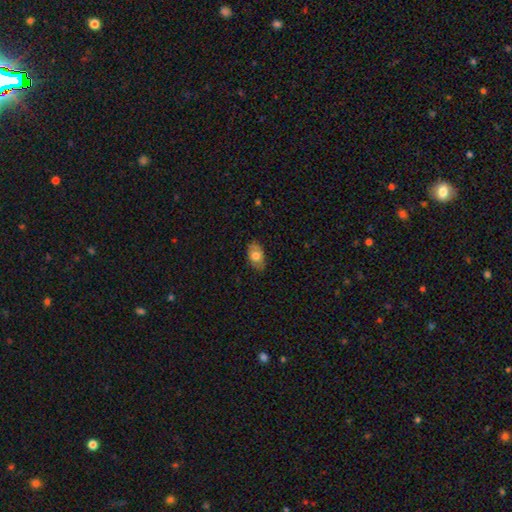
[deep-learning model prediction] Smooth or featured? smooth (72%)
How rounded? in between (89%)
Merging? none (77%)